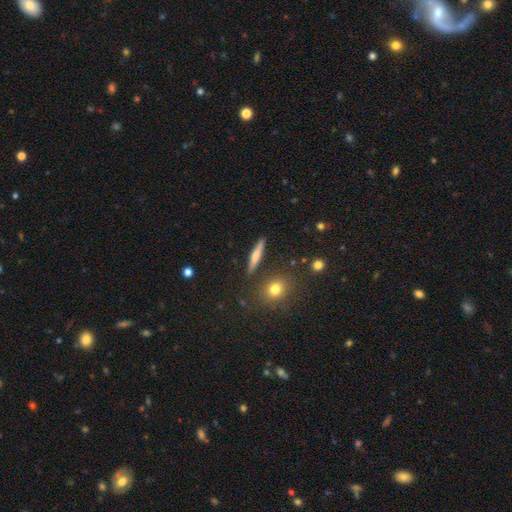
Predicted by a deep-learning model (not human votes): Smooth or featured?
  - smooth: 51% *
  - featured or disk: 40%
  - star or artifact: 9%
How rounded?
  - cigar-shaped: 83% *
  - in between: 11%
  - round: 6%
Merging?
  - none: 88% *
  - minor disturbance: 7%
  - merger: 3%
  - major disturbance: 2%